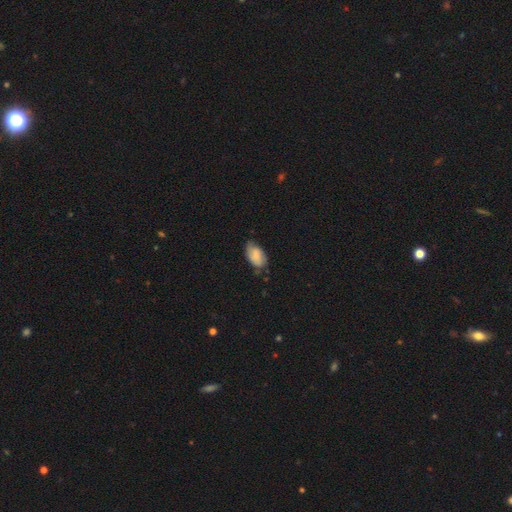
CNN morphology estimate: Smooth or featured? Predicted: smooth (p=0.75). How rounded? Predicted: in between (p=0.93). Merging? Predicted: none (p=0.58).